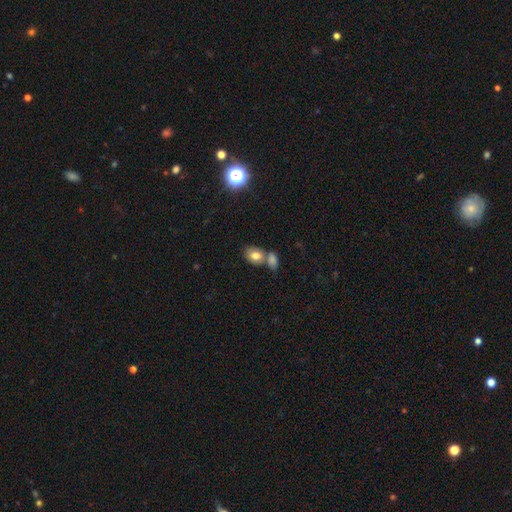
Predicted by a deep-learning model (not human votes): Morphology: type=smooth (77%); roundness=in between (69%); merging=none (43%).